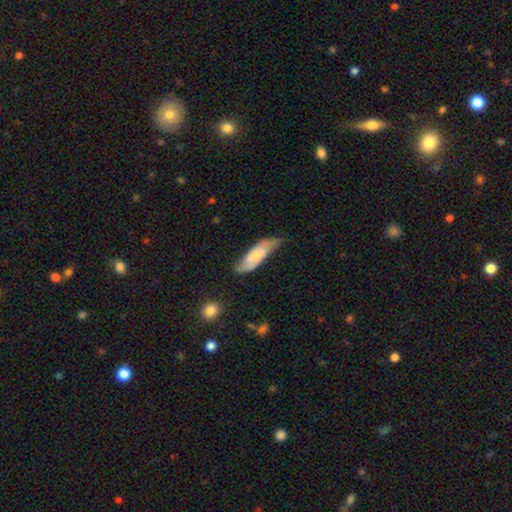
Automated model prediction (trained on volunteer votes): A smooth galaxy with no disk features (58%) that is in between round and cigar-shaped (51%). Merging: none (55%).